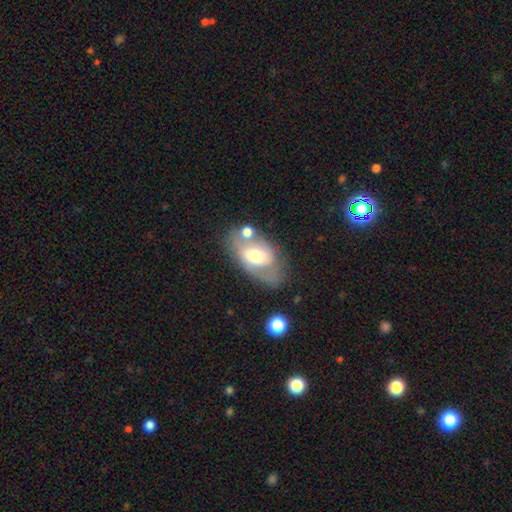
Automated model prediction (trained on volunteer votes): Q: Smooth or featured?
A: featured or disk (53%); runner-up: smooth (40%)
Q: Edge-on disk?
A: no (91%); runner-up: yes (9%)
Q: Merging?
A: none (54%); runner-up: minor disturbance (22%)